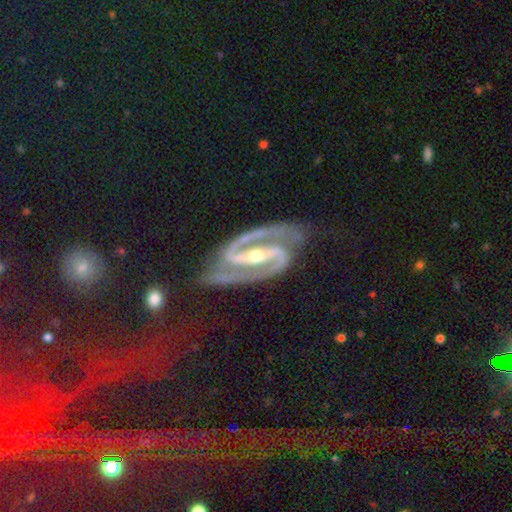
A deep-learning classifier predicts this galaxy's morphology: Smooth or featured? featured or disk (94%)
Edge-on disk? no (97%)
Bar? strong (67%)
Spiral arms? yes (99%)
Spiral winding? medium (55%)
Spiral arm count? 2 (94%)
Bulge size? moderate (60%)
Merging? none (70%)